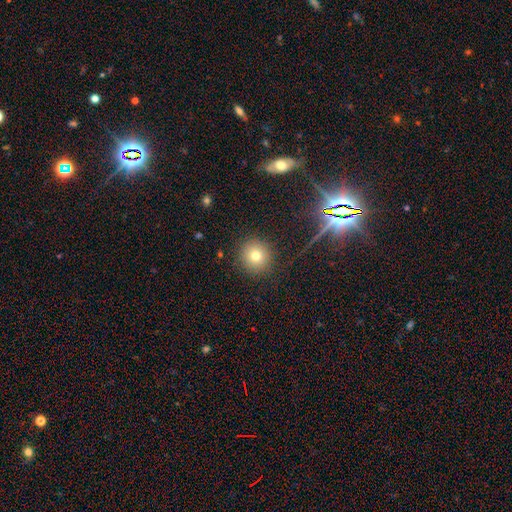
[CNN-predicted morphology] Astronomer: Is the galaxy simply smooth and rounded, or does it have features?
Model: smooth — 73%.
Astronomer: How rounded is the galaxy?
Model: round — 93%.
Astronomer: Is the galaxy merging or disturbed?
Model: none — 90%.